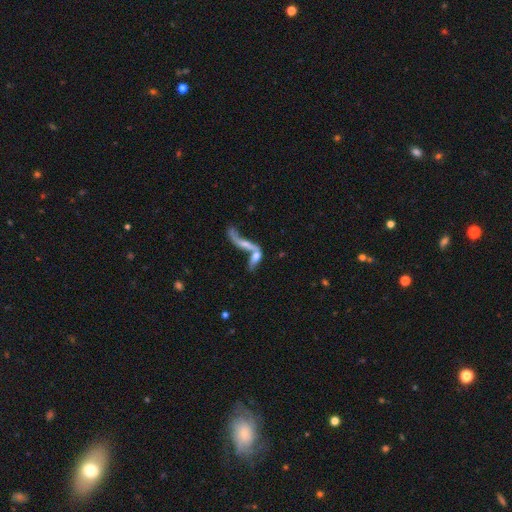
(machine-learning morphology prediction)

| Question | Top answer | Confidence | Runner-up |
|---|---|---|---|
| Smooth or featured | featured or disk | 49% | smooth (40%) |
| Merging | merger | 68% | none (14%) |